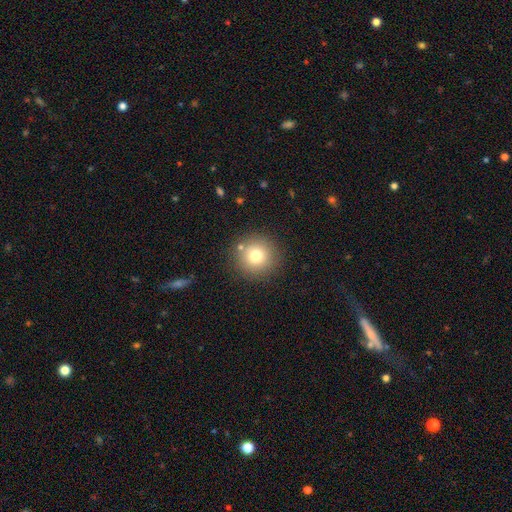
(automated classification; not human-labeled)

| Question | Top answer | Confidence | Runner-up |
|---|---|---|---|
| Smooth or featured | smooth | 74% | star or artifact (14%) |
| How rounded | round | 95% | in between (4%) |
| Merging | none | 84% | minor disturbance (8%) |